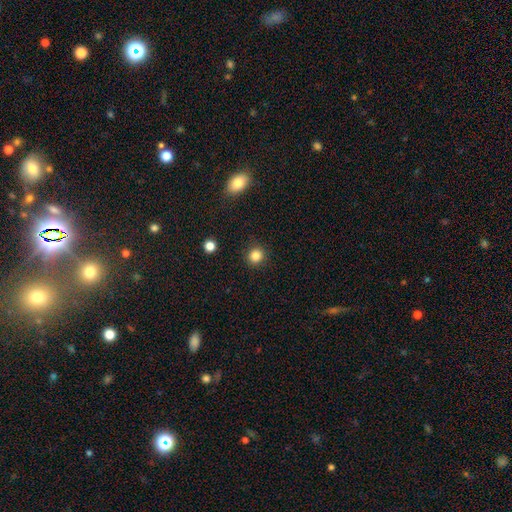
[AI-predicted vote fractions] smooth-or-featured: smooth: 85% | star or artifact: 11% | featured or disk: 4%
  how-rounded: round: 89% | in between: 10% | cigar-shaped: 1%
  merging: none: 90% | minor disturbance: 7% | major disturbance: 2% | merger: 1%